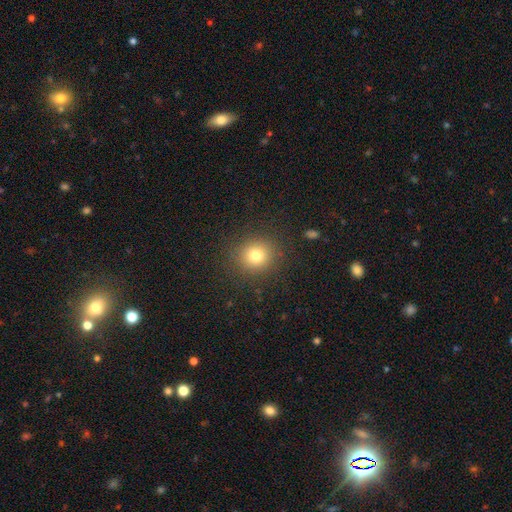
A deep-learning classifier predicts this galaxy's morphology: The model was most divided on "smooth or featured": smooth: 78%, star or artifact: 14%, featured or disk: 8%. More confident: merging — none (88%); how rounded — round (87%).